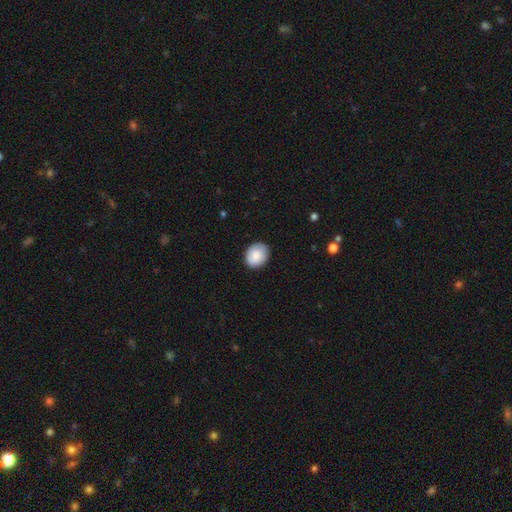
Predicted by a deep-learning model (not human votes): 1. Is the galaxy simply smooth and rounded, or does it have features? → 82% smooth, 12% featured or disk, 7% star or artifact.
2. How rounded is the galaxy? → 59% round, 40% in between, 1% cigar-shaped.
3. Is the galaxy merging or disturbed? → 84% none, 13% minor disturbance, 2% major disturbance, 1% merger.